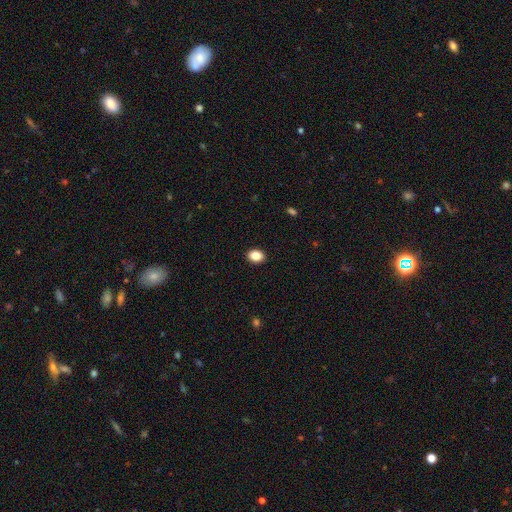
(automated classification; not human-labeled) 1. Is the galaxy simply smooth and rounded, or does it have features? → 87% smooth, 9% star or artifact, 4% featured or disk.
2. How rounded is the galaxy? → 65% in between, 34% round, 1% cigar-shaped.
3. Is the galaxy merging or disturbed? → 91% none, 6% minor disturbance, 2% major disturbance, 1% merger.